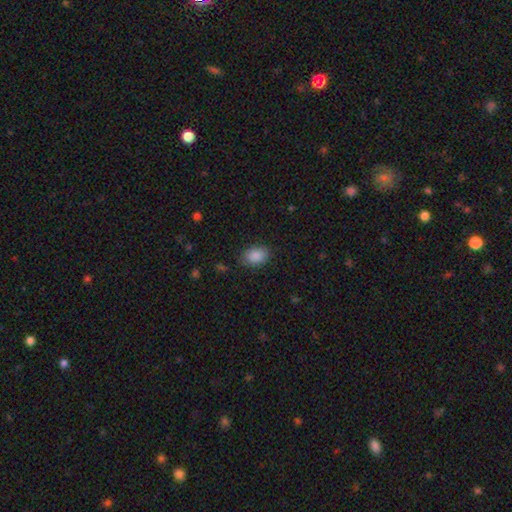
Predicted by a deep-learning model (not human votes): This appears to be a smooth galaxy with no disk features (89%) that is in between round and cigar-shaped (83%). Merging: none (83%).